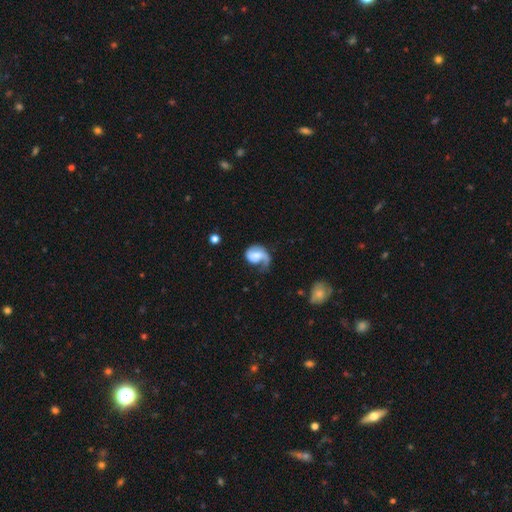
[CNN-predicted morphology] Smooth or featured: featured or disk — 70% (smooth — 23%)
Edge-on disk: no — 98% (yes — 2%)
Bar: no — 47% (weak — 41%)
Spiral arms: yes — 92% (no — 8%)
Spiral winding: loose — 43% (medium — 38%)
Spiral arm count: 1 — 52% (2 — 42%)
Bulge size: moderate — 35% (small — 33%)
Merging: none — 38% (major disturbance — 33%)